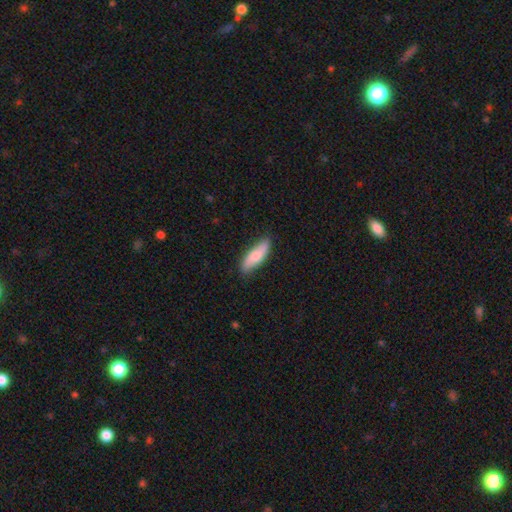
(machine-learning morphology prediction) Overall: smooth (75%). How rounded: in between (51%; cigar-shaped 47%). Merging: none (81%).